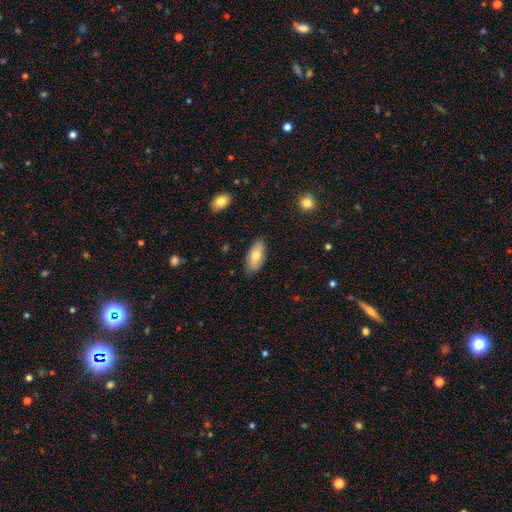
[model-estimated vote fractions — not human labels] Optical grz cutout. It shows a smooth galaxy with no disk features (74%) that is in between round and cigar-shaped (89%). Merging: none (84%).